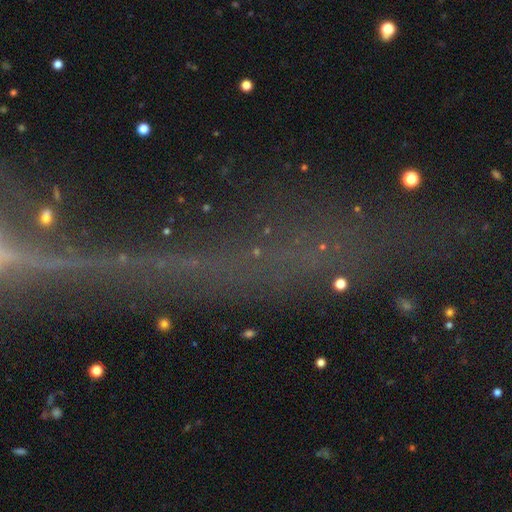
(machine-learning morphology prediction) The model was most divided on "smooth or featured": star or artifact: 55%, featured or disk: 26%, smooth: 19%.